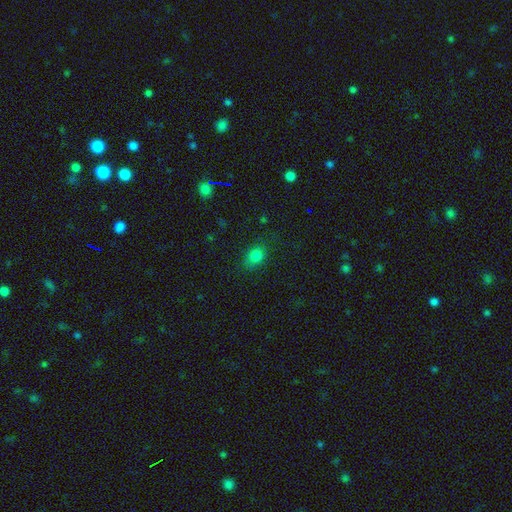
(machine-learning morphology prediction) A smooth galaxy with no disk features (81%) that is in between round and cigar-shaped (67%).

Vote fractions:
- Smooth or featured? smooth: 81% / star or artifact: 13% / featured or disk: 6%
- How rounded? in between: 67% / round: 32% / cigar-shaped: 2%
- Merging? none: 80% / minor disturbance: 15% / major disturbance: 4% / merger: 1%